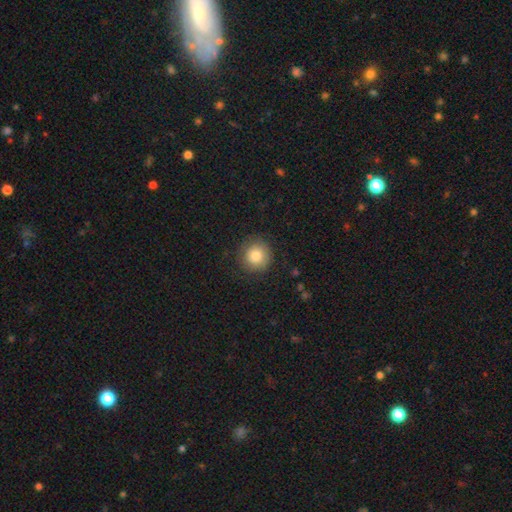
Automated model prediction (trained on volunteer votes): Smooth or featured?
  - smooth: 82% *
  - star or artifact: 9%
  - featured or disk: 9%
How rounded?
  - round: 94% *
  - in between: 5%
  - cigar-shaped: 1%
Merging?
  - none: 86% *
  - minor disturbance: 10%
  - major disturbance: 3%
  - merger: 1%